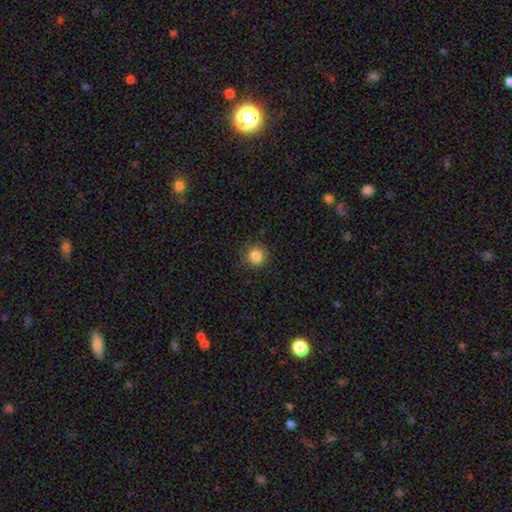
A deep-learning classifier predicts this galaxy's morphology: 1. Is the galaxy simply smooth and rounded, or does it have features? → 85% smooth, 11% star or artifact, 4% featured or disk.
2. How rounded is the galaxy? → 94% round, 5% in between, 1% cigar-shaped.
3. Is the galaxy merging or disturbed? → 90% none, 7% minor disturbance, 2% major disturbance, 1% merger.